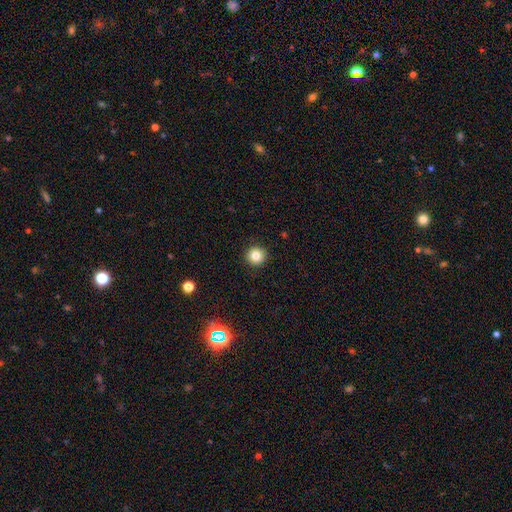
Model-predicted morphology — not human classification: A smooth galaxy with no disk features (83%) that is round (94%). Merging: none (93%).